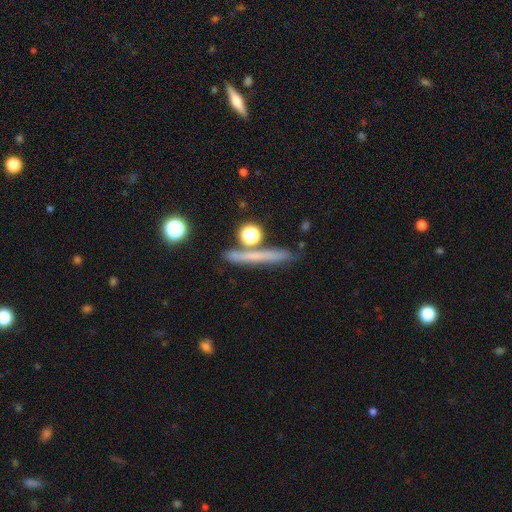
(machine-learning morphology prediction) type=smooth (54%); roundness=cigar-shaped (84%); merging=none (79%).